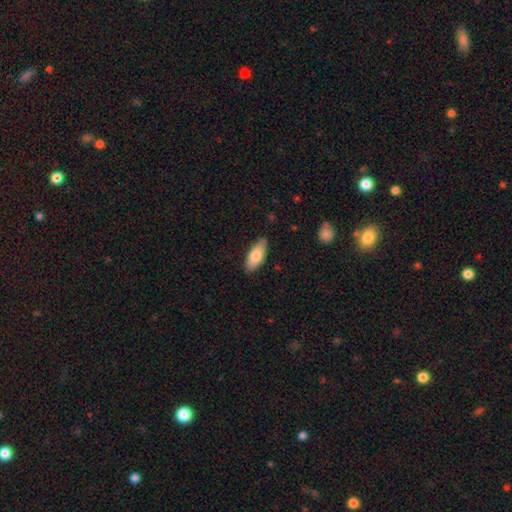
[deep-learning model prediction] This is likely a smooth galaxy (79%). How rounded: likely in between (76%). Merging: clearly none (83%).